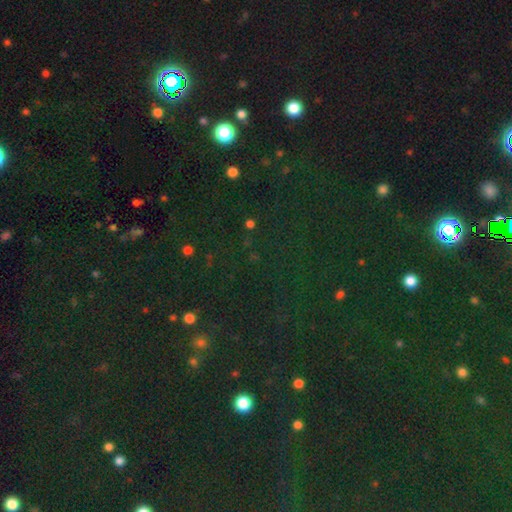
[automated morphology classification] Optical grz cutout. It shows a star or artifact, not a galaxy (75%).